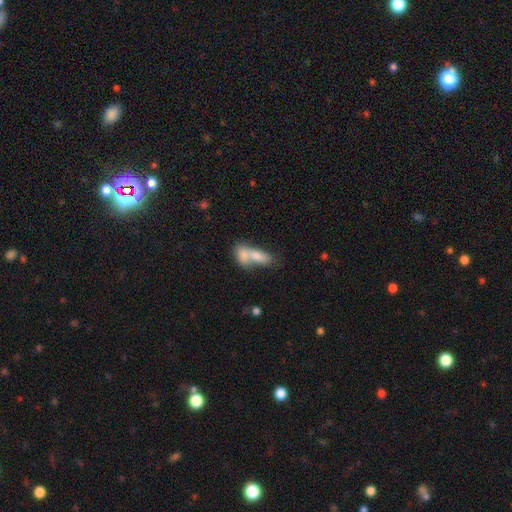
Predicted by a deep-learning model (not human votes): A smooth galaxy with no disk features (77%) that is in between round and cigar-shaped (71%). Merging: merger (68%).